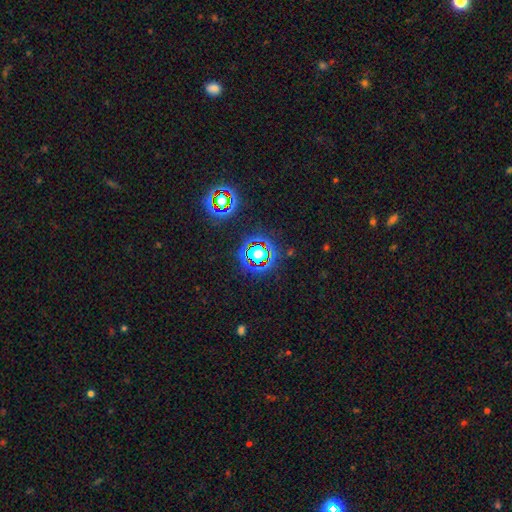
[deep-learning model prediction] The model was most divided on "smooth or featured": star or artifact: 77%, smooth: 14%, featured or disk: 9%.